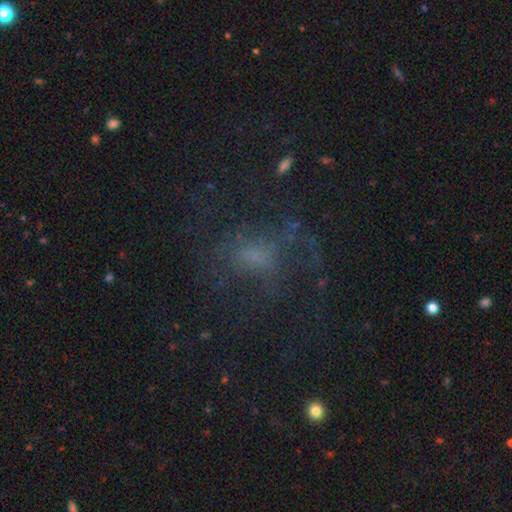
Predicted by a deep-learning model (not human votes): This is marginally a featured or disk galaxy (43%). Merging: possibly none (50%).